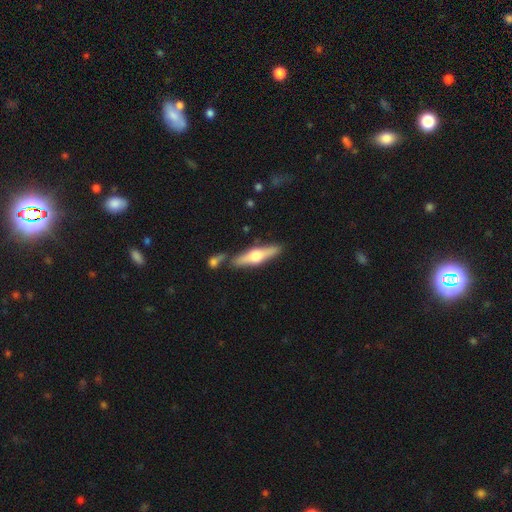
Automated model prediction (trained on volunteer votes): smooth-or-featured: featured or disk: 62% | smooth: 33% | star or artifact: 5%
  disk-edge-on: yes: 94% | no: 6%
    edge-on-bulge: rounded: 95% | boxy: 3% | none: 2%
  merging: none: 76% | minor disturbance: 12% | merger: 10% | major disturbance: 3%